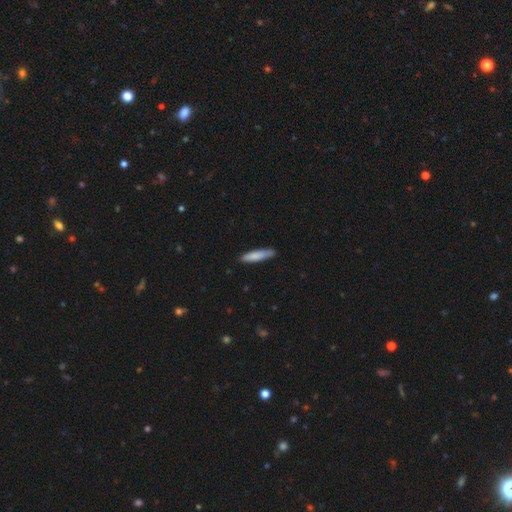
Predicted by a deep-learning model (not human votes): The model was most divided on "smooth or featured": smooth: 80%, featured or disk: 15%, star or artifact: 5%. More confident: how rounded — cigar-shaped (85%); merging — none (83%).